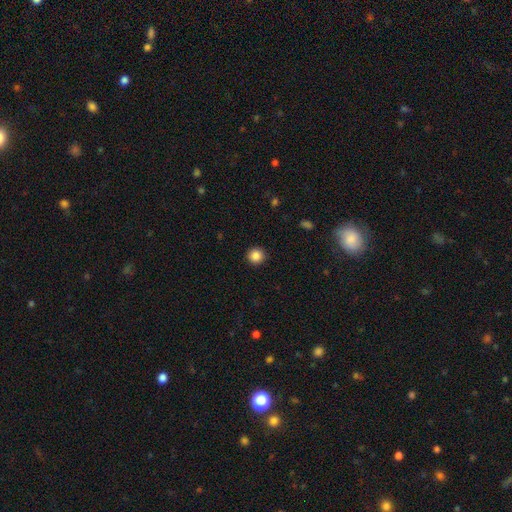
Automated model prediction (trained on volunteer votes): Smooth or featured? smooth (86%)
How rounded? round (94%)
Merging? none (93%)